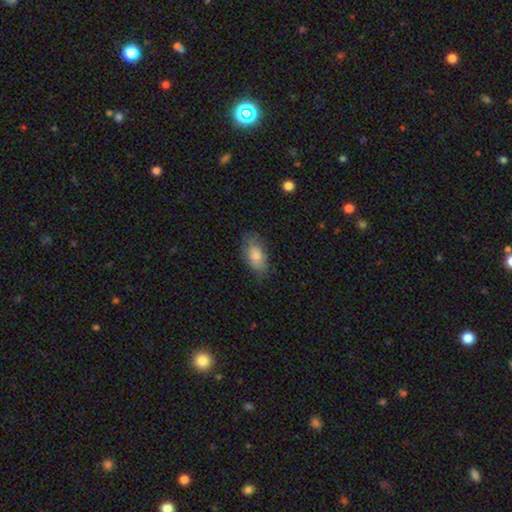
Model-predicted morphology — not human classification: Overall: smooth (79%). How rounded: in between (89%). Merging: none (76%).